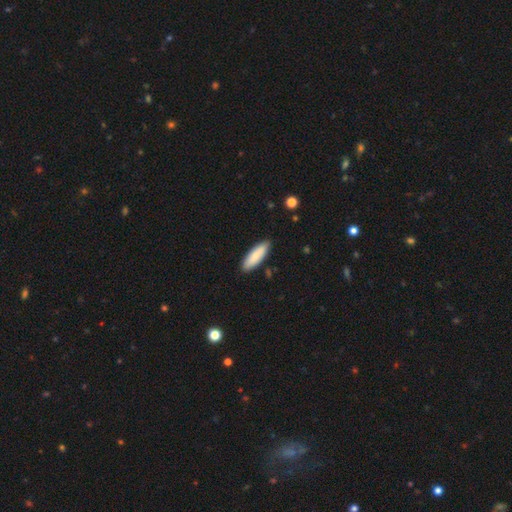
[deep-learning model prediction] Overall: smooth (85%). How rounded: in between (52%; cigar-shaped 46%). Merging: none (88%).